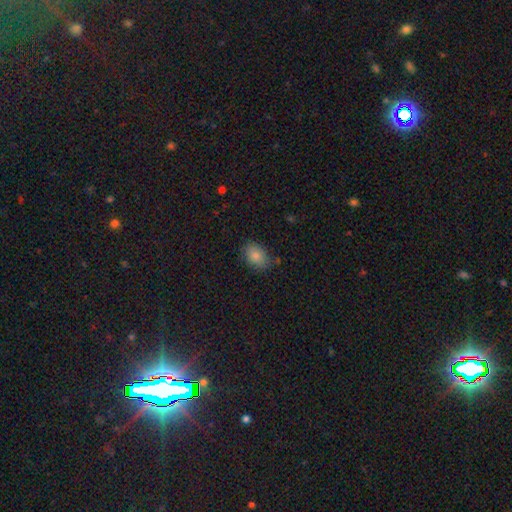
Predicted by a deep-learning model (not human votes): Smooth or featured? smooth (83%)
How rounded? in between (79%)
Merging? none (74%)